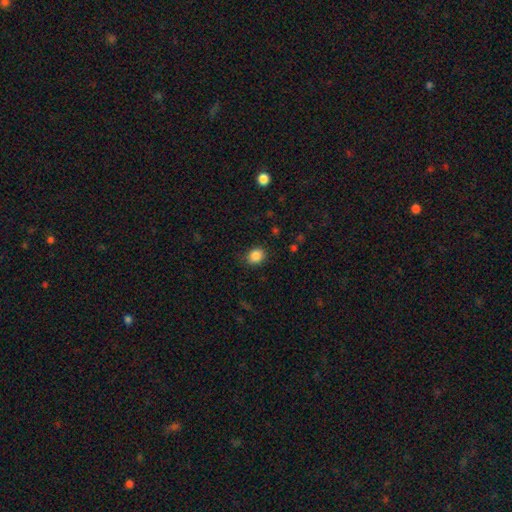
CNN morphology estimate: Smooth or featured? Predicted: smooth (p=0.87). How rounded? Predicted: round (p=0.65). Merging? Predicted: none (p=0.83).